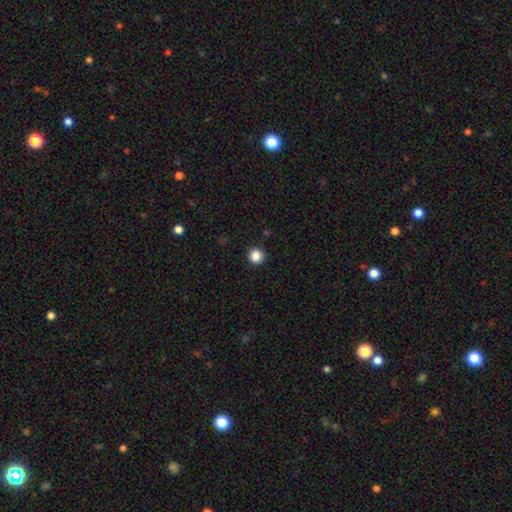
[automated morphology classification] A smooth galaxy with no disk features (86%) that is round (96%). Merging: none (93%).